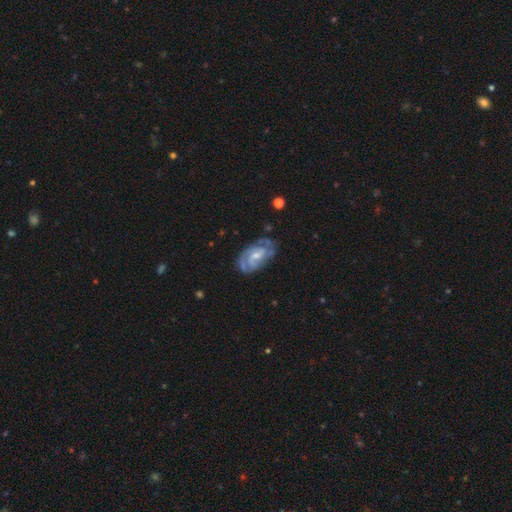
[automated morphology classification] smooth-or-featured: featured or disk: 84% | smooth: 11% | star or artifact: 5%
  disk-edge-on: no: 97% | yes: 3%
    bar: weak: 46% | no: 44% | strong: 10%
    has-spiral-arms: yes: 95% | no: 5%
      spiral-winding: tight: 52% | medium: 39% | loose: 9%
      spiral-arm-count: 2: 52% | can't tell: 20% | 3: 17% | 1: 4% | 4: 4% | more than 4: 3%
    bulge-size: small: 48% | moderate: 43% | none: 6% | large: 3% | dominant: 1%
  merging: none: 67% | minor disturbance: 22% | major disturbance: 9% | merger: 2%